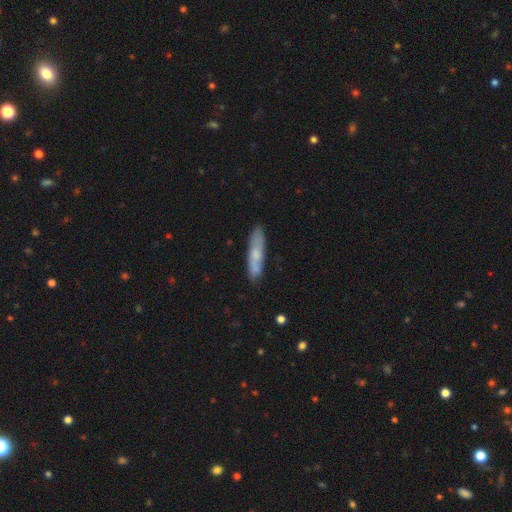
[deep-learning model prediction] Smooth or featured? smooth (62%)
How rounded? cigar-shaped (82%)
Merging? none (80%)